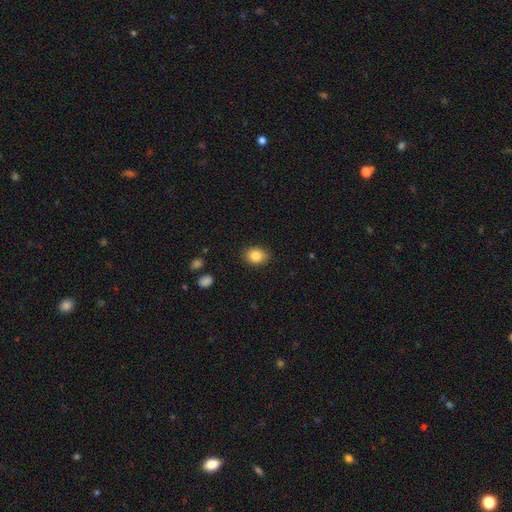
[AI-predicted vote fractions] Smooth or featured? Predicted: smooth (p=0.85). How rounded? Predicted: in between (p=0.57). Merging? Predicted: none (p=0.88).